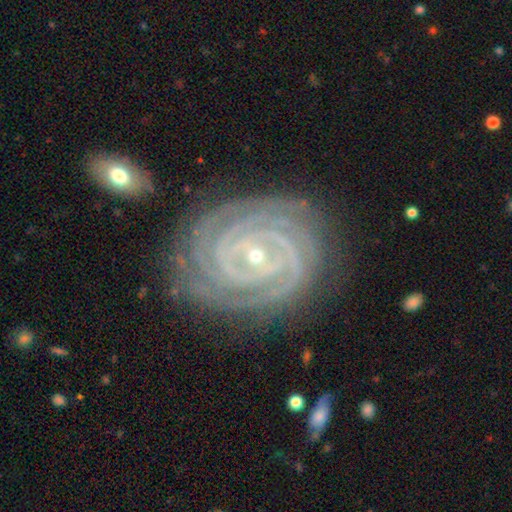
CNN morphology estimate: Q: Smooth or featured?
A: featured or disk (93%); runner-up: star or artifact (4%)
Q: Edge-on disk?
A: no (98%); runner-up: yes (2%)
Q: Bar?
A: no (44%); runner-up: weak (31%)
Q: Spiral arms?
A: yes (99%); runner-up: no (1%)
Q: Spiral winding?
A: tight (91%); runner-up: medium (8%)
Q: Spiral arm count?
A: 2 (37%); runner-up: 3 (22%)
Q: Bulge size?
A: small (81%); runner-up: moderate (16%)
Q: Merging?
A: none (81%); runner-up: minor disturbance (13%)